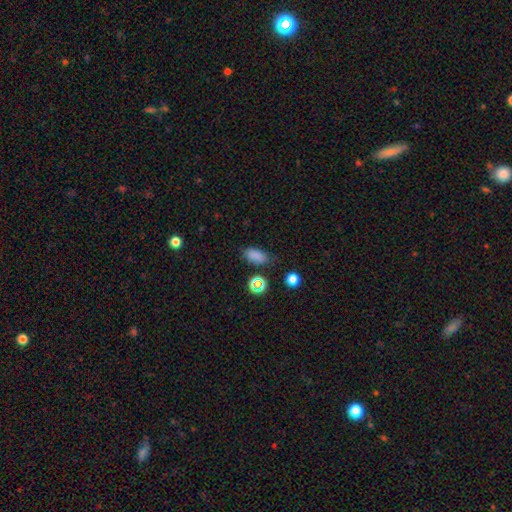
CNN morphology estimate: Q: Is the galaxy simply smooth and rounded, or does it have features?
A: smooth — 81%.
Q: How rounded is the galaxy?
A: in between — 85%.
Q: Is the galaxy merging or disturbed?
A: none — 78%.